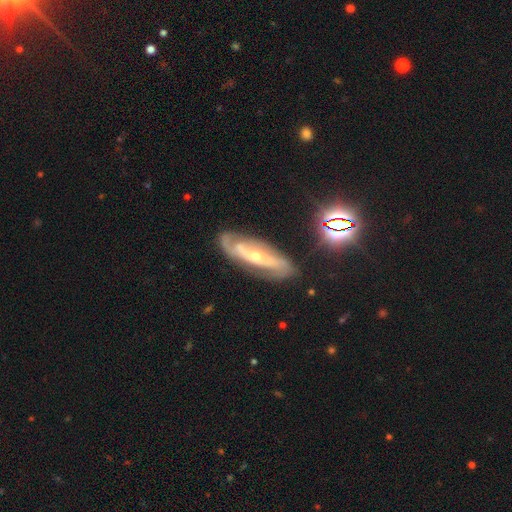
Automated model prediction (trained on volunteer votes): Morphology: type=featured or disk (80%); edge-on=no (82%); bar=no (44%); spiral arms=yes (89%); winding=tight (49%); arm count=2 (58%); bulge=small (58%); merging=none (76%).